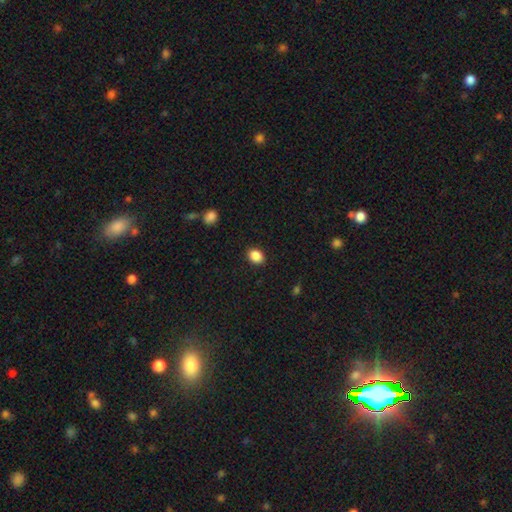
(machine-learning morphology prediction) This is clearly a smooth galaxy (88%). How rounded: possibly in between (53%). Merging: clearly none (89%).